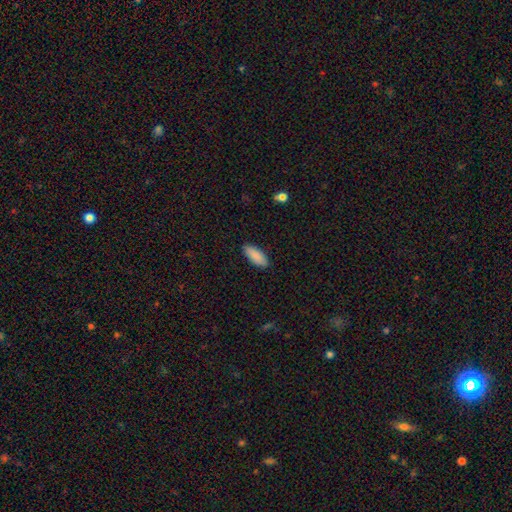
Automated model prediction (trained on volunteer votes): Smooth or featured? smooth (90%)
How rounded? in between (76%)
Merging? none (89%)